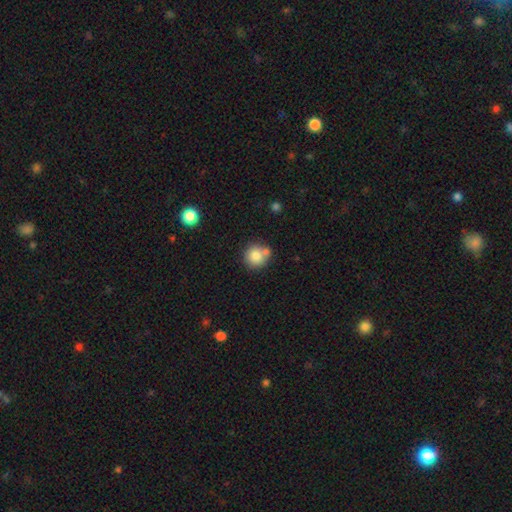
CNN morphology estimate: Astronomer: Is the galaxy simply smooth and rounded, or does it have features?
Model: smooth — 81%.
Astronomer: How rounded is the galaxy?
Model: round — 92%.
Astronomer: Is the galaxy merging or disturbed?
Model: none — 65%.